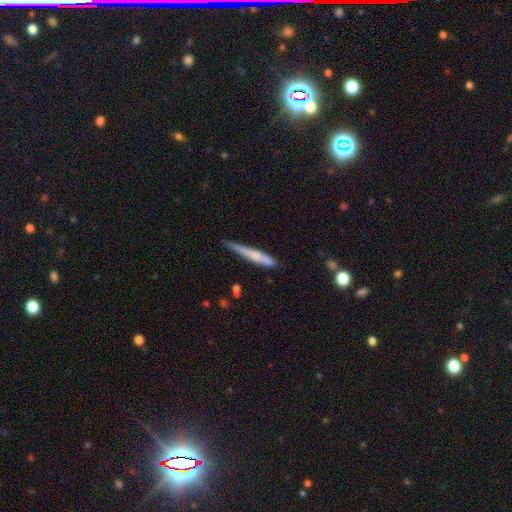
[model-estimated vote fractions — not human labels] smooth-or-featured: smooth: 57% | featured or disk: 36% | star or artifact: 6%
  how-rounded: cigar-shaped: 94% | in between: 4% | round: 1%
  merging: none: 63% | minor disturbance: 28% | major disturbance: 6% | merger: 3%